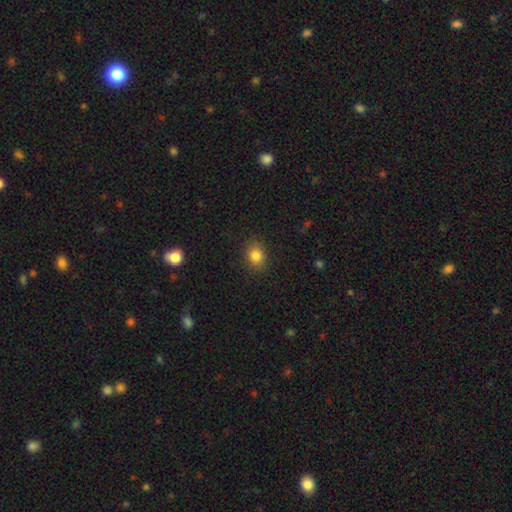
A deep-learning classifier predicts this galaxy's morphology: Smooth or featured?
  - smooth: 83% *
  - star or artifact: 11%
  - featured or disk: 6%
How rounded?
  - round: 51% *
  - in between: 48%
  - cigar-shaped: 1%
Merging?
  - none: 87% *
  - minor disturbance: 9%
  - major disturbance: 3%
  - merger: 1%